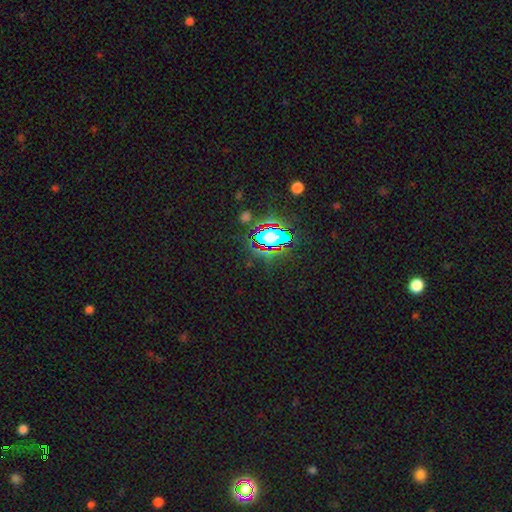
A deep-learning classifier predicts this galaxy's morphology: A star or artifact, not a galaxy (80%).

Vote fractions:
- Smooth or featured? star or artifact: 80% / smooth: 12% / featured or disk: 8%